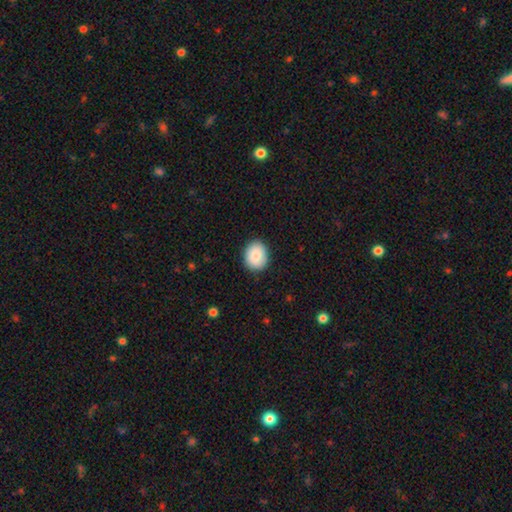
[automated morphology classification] A smooth galaxy with no disk features (86%) that is round (59%). Merging: none (88%).